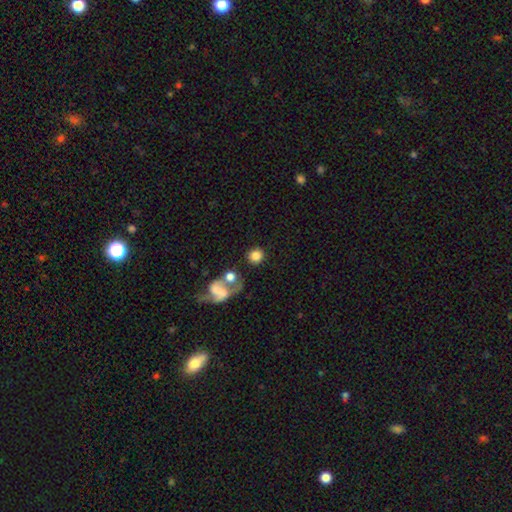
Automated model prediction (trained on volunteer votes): Overall: smooth (78%). How rounded: round (88%). Merging: none (74%).